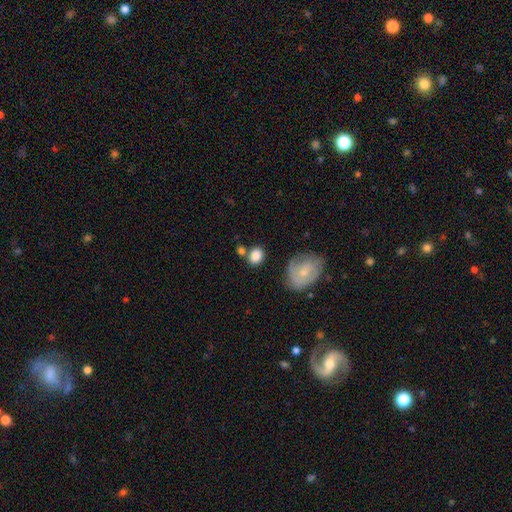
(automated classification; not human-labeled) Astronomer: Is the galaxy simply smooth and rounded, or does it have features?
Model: smooth — 82%.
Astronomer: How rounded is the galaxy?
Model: round — 60% (runner-up: in between, 39%).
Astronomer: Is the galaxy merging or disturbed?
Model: none — 66%.